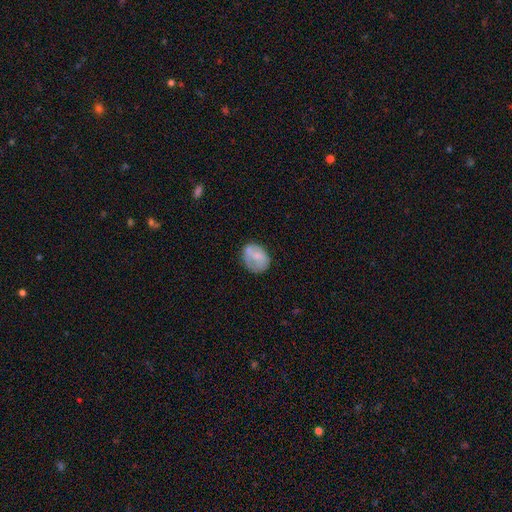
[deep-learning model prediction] A smooth galaxy with no disk features (67%) that is in between round and cigar-shaped (55%).

Vote fractions:
- Smooth or featured? smooth: 67% / featured or disk: 26% / star or artifact: 8%
- How rounded? in between: 55% / round: 44% / cigar-shaped: 1%
- Merging? none: 57% / minor disturbance: 27% / major disturbance: 12% / merger: 4%